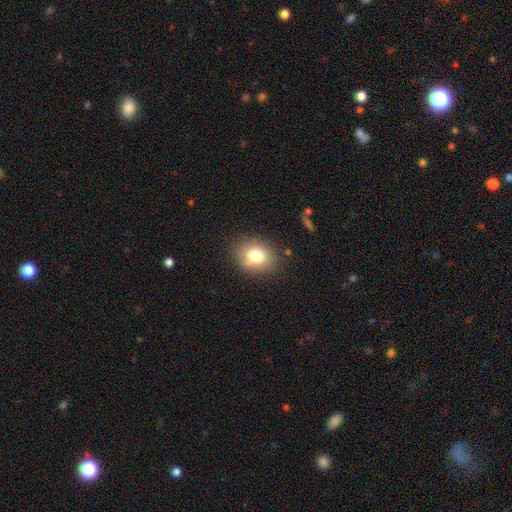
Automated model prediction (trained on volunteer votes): A smooth galaxy with no disk features (78%) that is in between round and cigar-shaped (51%).

Vote fractions:
- Smooth or featured? smooth: 78% / featured or disk: 11% / star or artifact: 11%
- How rounded? in between: 51% / round: 48% / cigar-shaped: 1%
- Merging? none: 81% / minor disturbance: 13% / major disturbance: 4% / merger: 2%